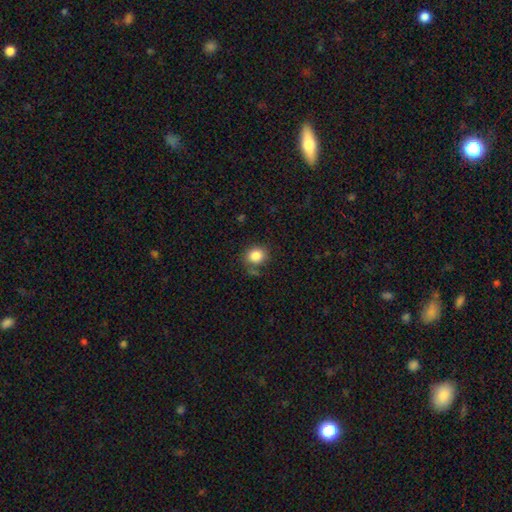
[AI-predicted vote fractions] Morphology: type=smooth (85%); roundness=round (72%); merging=none (76%).